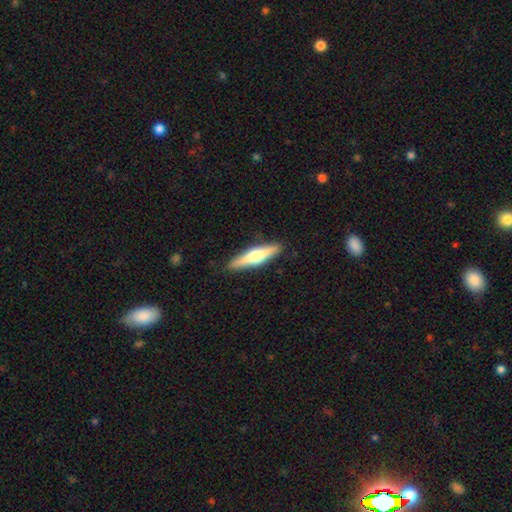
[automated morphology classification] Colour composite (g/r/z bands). It shows a featured or disk galaxy (52%) viewed edge-on (95%). Merging: none (90%).